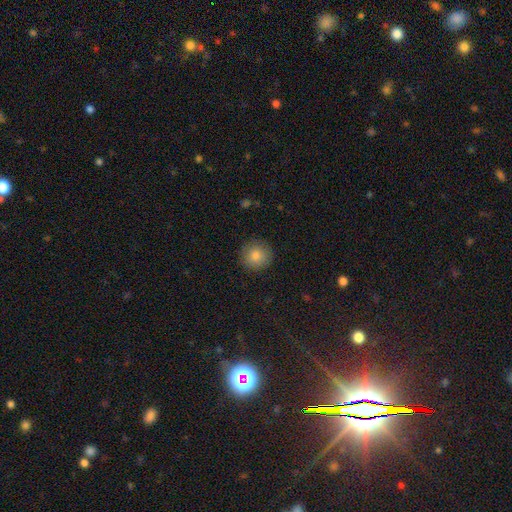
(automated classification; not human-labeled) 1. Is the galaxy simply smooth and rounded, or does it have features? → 82% smooth, 10% star or artifact, 8% featured or disk.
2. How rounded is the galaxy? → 94% round, 5% in between, 1% cigar-shaped.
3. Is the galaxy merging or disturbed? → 90% none, 7% minor disturbance, 2% major disturbance, 1% merger.